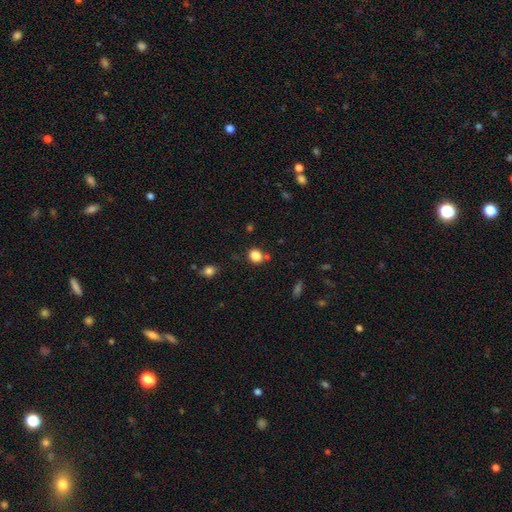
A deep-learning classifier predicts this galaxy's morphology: smooth 84%, star or artifact 11%, featured or disk 5%. Down the decision tree: how rounded — round (62%); merging — none (72%).